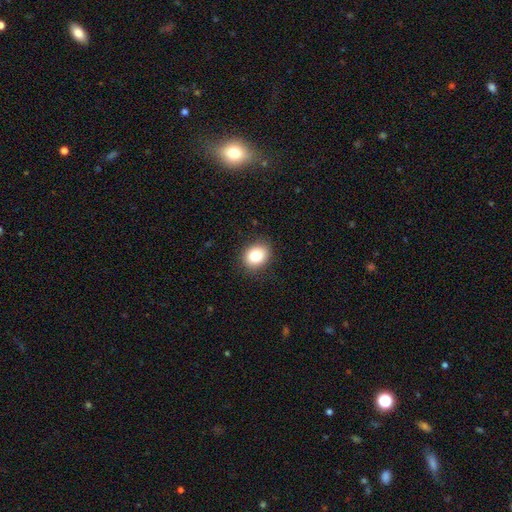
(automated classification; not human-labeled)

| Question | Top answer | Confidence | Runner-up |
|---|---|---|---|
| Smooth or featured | smooth | 82% | star or artifact (10%) |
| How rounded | round | 60% | in between (39%) |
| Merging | none | 88% | minor disturbance (8%) |